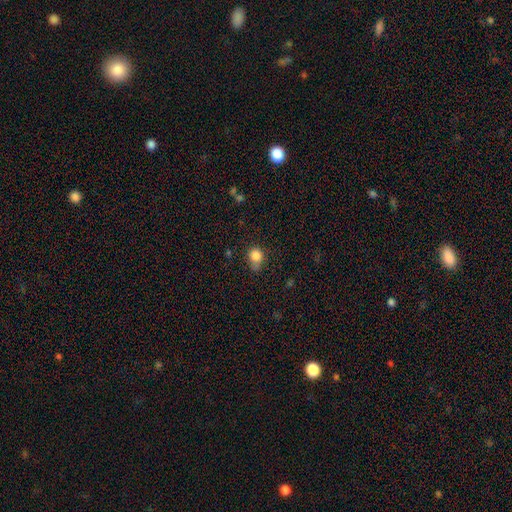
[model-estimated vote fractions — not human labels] Overall: smooth (83%). How rounded: round (69%; in between 30%). Merging: none (52%; minor disturbance 33%).